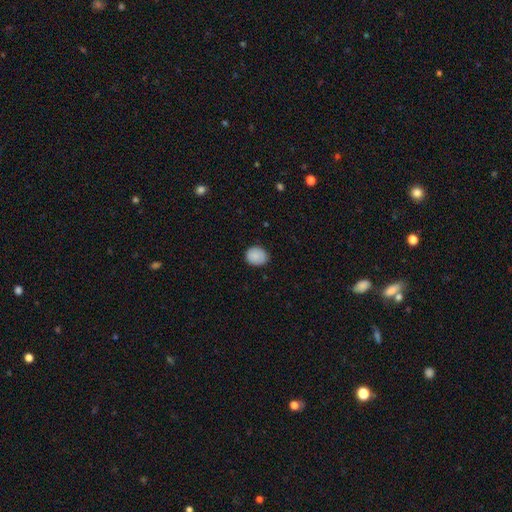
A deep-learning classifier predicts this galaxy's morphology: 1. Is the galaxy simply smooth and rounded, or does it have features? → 87% smooth, 8% star or artifact, 5% featured or disk.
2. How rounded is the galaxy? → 65% round, 34% in between, 1% cigar-shaped.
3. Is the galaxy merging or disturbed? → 82% none, 14% minor disturbance, 2% major disturbance, 1% merger.